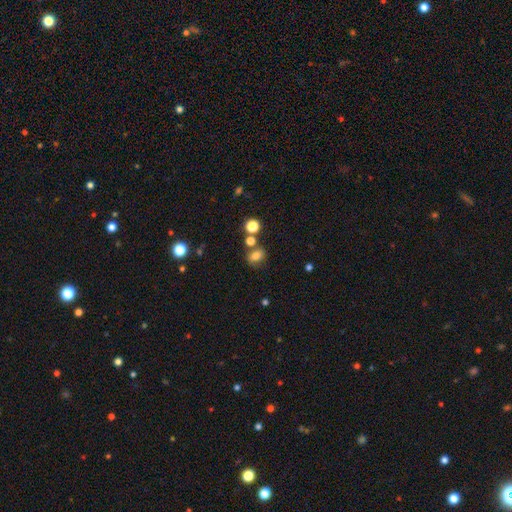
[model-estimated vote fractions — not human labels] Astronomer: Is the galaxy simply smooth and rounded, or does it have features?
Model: smooth — 74%.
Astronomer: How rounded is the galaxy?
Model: in between — 54% (runner-up: round, 44%).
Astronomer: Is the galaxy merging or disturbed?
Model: none — 68%.